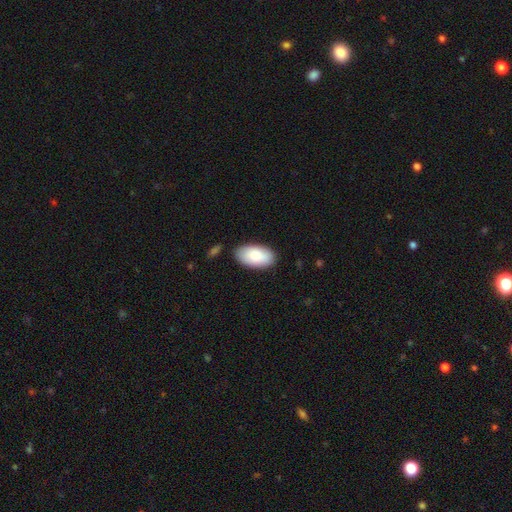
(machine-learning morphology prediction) Smooth or featured?
  - smooth: 84% *
  - featured or disk: 10%
  - star or artifact: 5%
How rounded?
  - in between: 96% *
  - round: 3%
  - cigar-shaped: 2%
Merging?
  - none: 84% *
  - minor disturbance: 11%
  - major disturbance: 2%
  - merger: 2%